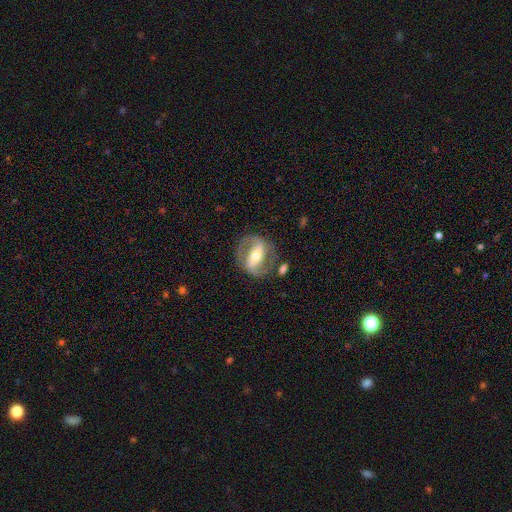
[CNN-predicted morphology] Q: Smooth or featured?
A: featured or disk (83%); runner-up: smooth (12%)
Q: Edge-on disk?
A: no (94%); runner-up: yes (6%)
Q: Bar?
A: strong (62%); runner-up: weak (23%)
Q: Spiral arms?
A: yes (85%); runner-up: no (15%)
Q: Spiral winding?
A: medium (49%); runner-up: tight (26%)
Q: Spiral arm count?
A: 2 (88%); runner-up: can't tell (5%)
Q: Bulge size?
A: moderate (63%); runner-up: small (29%)
Q: Merging?
A: none (77%); runner-up: minor disturbance (13%)